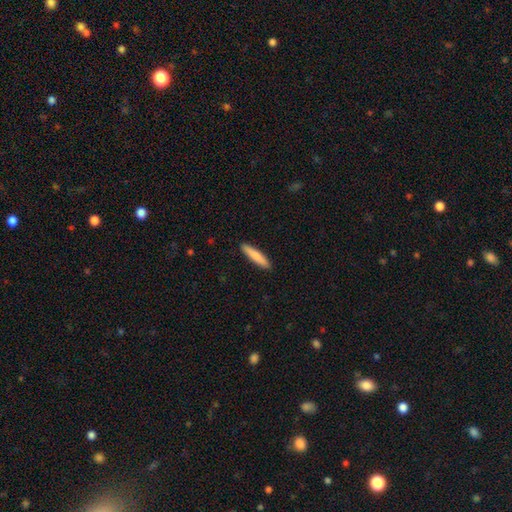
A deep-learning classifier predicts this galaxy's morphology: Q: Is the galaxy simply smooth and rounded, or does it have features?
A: smooth — 78%.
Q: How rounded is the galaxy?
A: cigar-shaped — 88%.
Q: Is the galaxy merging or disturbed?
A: none — 91%.